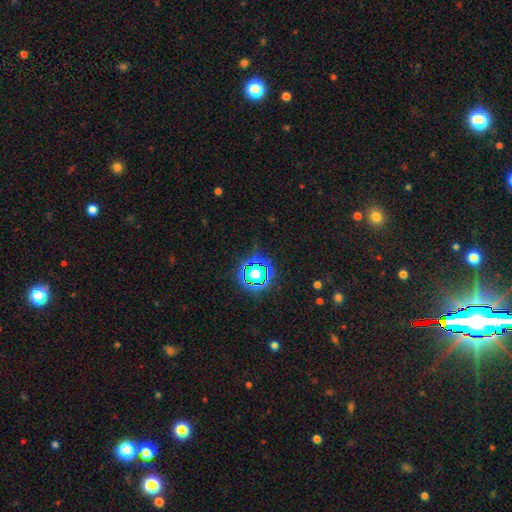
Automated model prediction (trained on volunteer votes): The model was most divided on "smooth or featured": star or artifact: 78%, smooth: 15%, featured or disk: 7%.